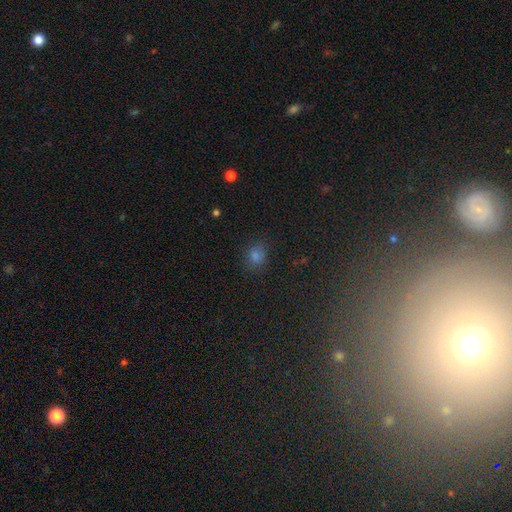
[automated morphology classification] smooth-or-featured: smooth: 68% | star or artifact: 25% | featured or disk: 8%
  how-rounded: round: 62% | in between: 36% | cigar-shaped: 2%
  merging: none: 82% | minor disturbance: 12% | major disturbance: 3% | merger: 2%